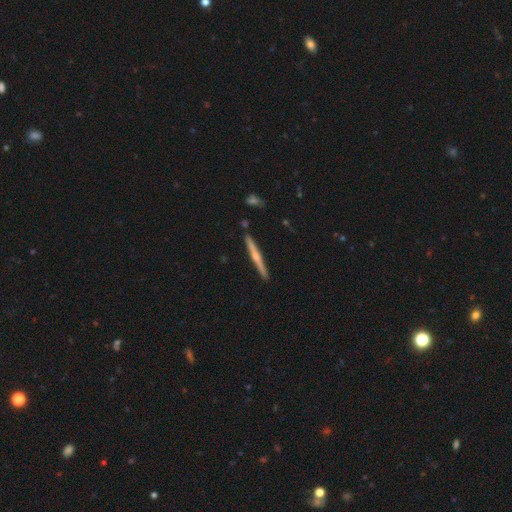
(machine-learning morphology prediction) Smooth or featured? featured or disk (63%)
Edge-on disk? yes (98%)
Edge-on bulge? rounded (71%)
Merging? none (91%)